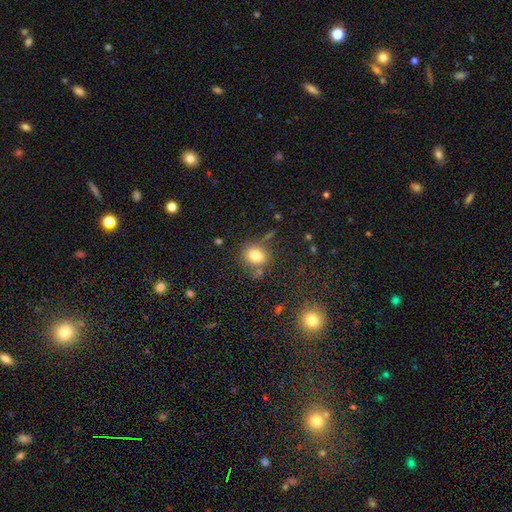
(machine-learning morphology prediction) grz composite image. It shows a smooth galaxy with no disk features (79%) that is round (68%). Merging: none (72%).